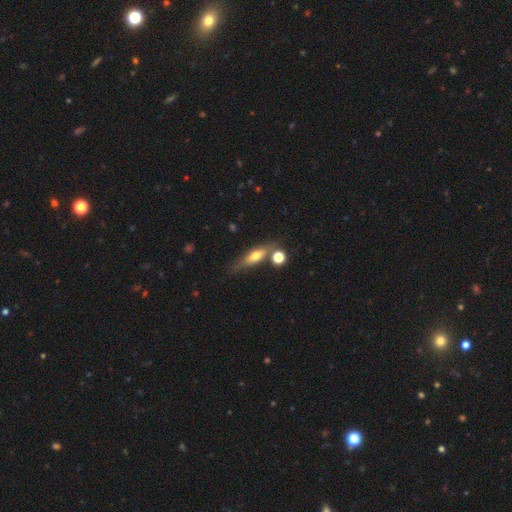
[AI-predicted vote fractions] This appears to be a smooth galaxy with no disk features (53%) that is cigar-shaped (55%). Merging: none (63%).